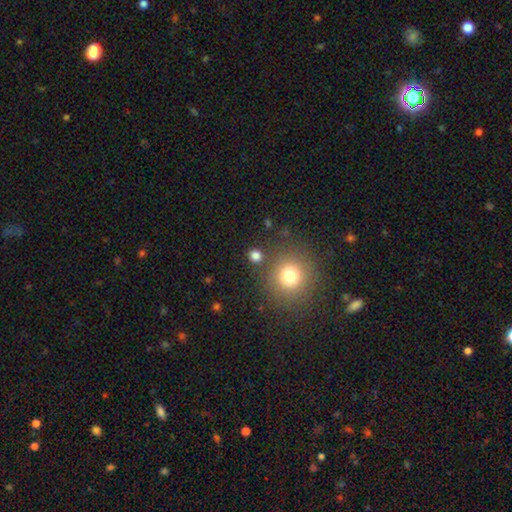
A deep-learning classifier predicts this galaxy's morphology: The model was most divided on "smooth or featured": smooth: 78%, star or artifact: 17%, featured or disk: 5%. More confident: how rounded — round (87%); merging — none (82%).